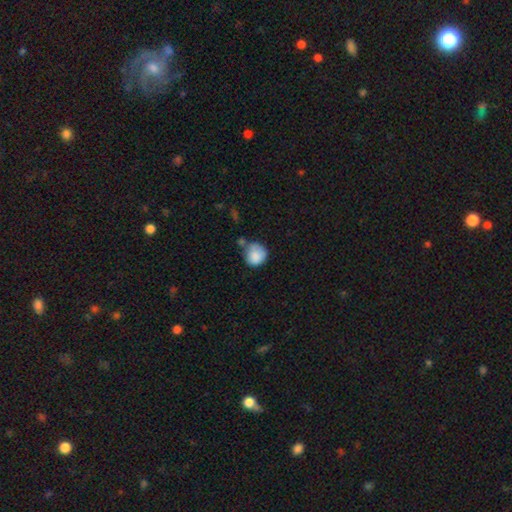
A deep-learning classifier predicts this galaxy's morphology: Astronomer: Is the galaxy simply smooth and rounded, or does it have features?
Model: smooth — 83%.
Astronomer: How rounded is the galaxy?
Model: round — 82%.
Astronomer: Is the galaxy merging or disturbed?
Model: none — 43% (runner-up: minor disturbance, 27%).